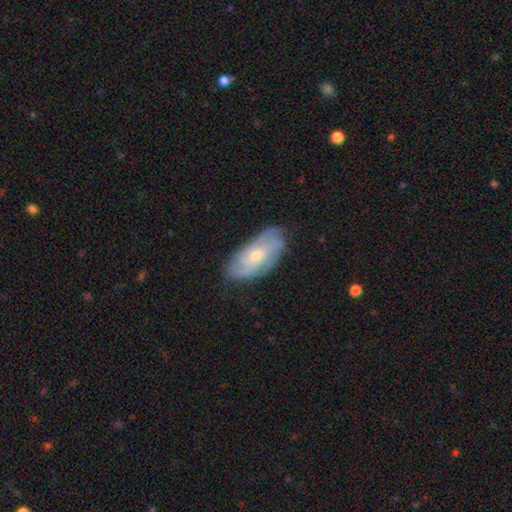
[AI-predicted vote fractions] smooth-or-featured: featured or disk: 69% | smooth: 25% | star or artifact: 6%
  disk-edge-on: no: 93% | yes: 7%
    bar: no: 62% | weak: 32% | strong: 5%
    has-spiral-arms: yes: 90% | no: 10%
      spiral-winding: tight: 56% | medium: 33% | loose: 10%
      spiral-arm-count: can't tell: 41% | 2: 21% | 3: 19% | 4: 11% | more than 4: 4% | 1: 4%
    bulge-size: small: 49% | moderate: 45% | none: 3% | large: 2% | dominant: 1%
  merging: none: 76% | minor disturbance: 18% | major disturbance: 5% | merger: 1%